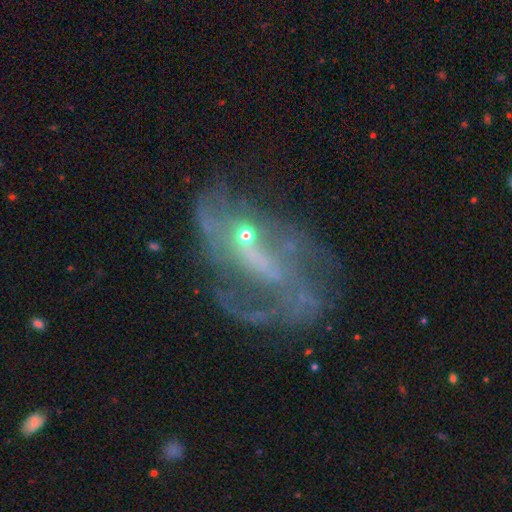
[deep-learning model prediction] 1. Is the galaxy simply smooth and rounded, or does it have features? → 74% featured or disk, 13% smooth, 13% star or artifact.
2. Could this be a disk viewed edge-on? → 94% no, 6% yes.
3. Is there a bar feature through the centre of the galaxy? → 43% no, 38% weak, 19% strong.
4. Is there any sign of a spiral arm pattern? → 66% yes, 34% no.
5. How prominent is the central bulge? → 57% small, 21% moderate, 19% none, 2% large, 1% dominant.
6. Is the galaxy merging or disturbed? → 41% none, 32% major disturbance, 19% minor disturbance, 8% merger.